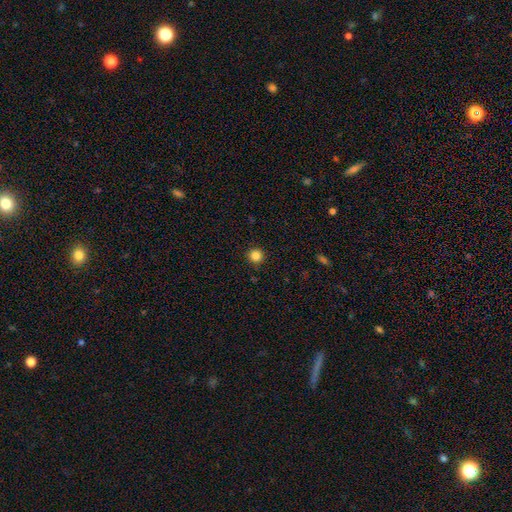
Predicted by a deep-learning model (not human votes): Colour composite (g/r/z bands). It shows a smooth galaxy with no disk features (84%) that is round (95%). Merging: none (92%).